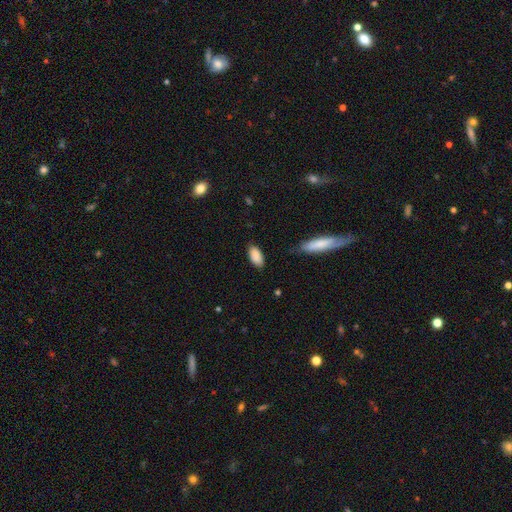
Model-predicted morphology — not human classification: smooth_or_featured: smooth (p=0.89) [alt: star or artifact p=0.06]
how_rounded: in between (p=0.91) [alt: cigar-shaped p=0.07]
merging: none (p=0.81) [alt: minor disturbance p=0.14]